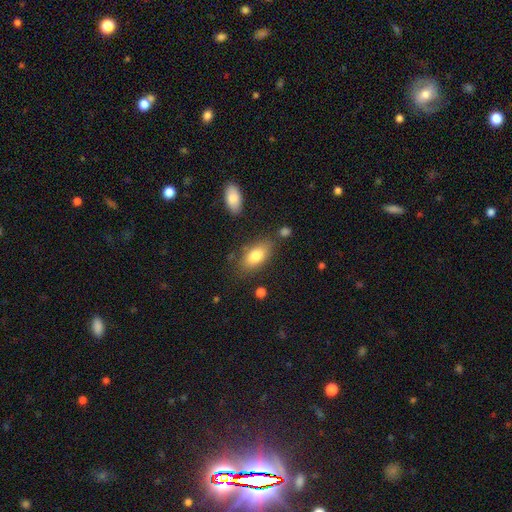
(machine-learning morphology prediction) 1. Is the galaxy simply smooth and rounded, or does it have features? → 79% smooth, 14% featured or disk, 7% star or artifact.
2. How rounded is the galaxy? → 89% in between, 6% cigar-shaped, 5% round.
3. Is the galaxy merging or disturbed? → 75% none, 16% minor disturbance, 5% merger, 4% major disturbance.